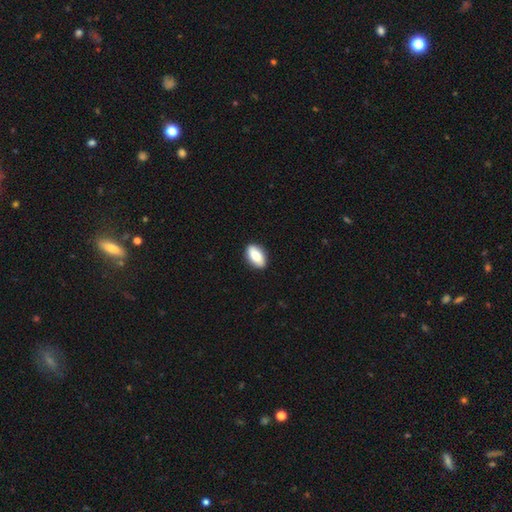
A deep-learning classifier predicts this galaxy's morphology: A smooth galaxy with no disk features (81%) that is in between round and cigar-shaped (90%).

Vote fractions:
- Smooth or featured? smooth: 81% / featured or disk: 12% / star or artifact: 6%
- How rounded? in between: 90% / cigar-shaped: 6% / round: 4%
- Merging? none: 88% / minor disturbance: 9% / major disturbance: 2% / merger: 1%